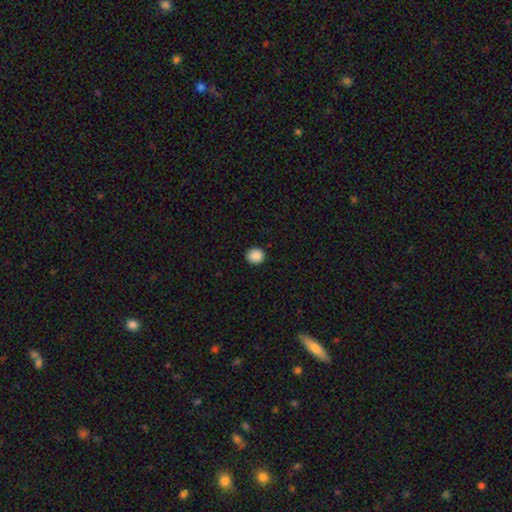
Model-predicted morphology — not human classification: A smooth galaxy with no disk features (89%) that is round (86%). Merging: none (92%).